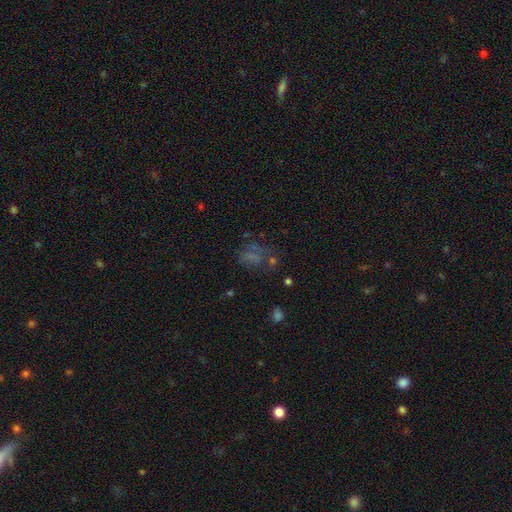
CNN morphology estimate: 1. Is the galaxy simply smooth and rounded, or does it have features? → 40% star or artifact, 34% smooth, 27% featured or disk.